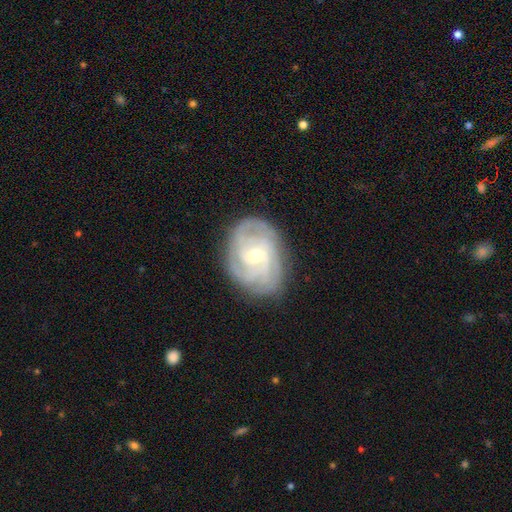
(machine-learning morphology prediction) smooth_or_featured: featured or disk (p=0.85) [alt: smooth p=0.09]
disk_edge_on: no (p=0.97) [alt: yes p=0.03]
bar: no (p=0.52) [alt: weak p=0.40]
has_spiral_arms: yes (p=0.96) [alt: no p=0.04]
spiral_winding: tight (p=0.67) [alt: medium p=0.27]
spiral_arm_count: can't tell (p=0.27) [alt: 3 p=0.25]
bulge_size: small (p=0.49) [alt: moderate p=0.48]
merging: none (p=0.79) [alt: minor disturbance p=0.15]